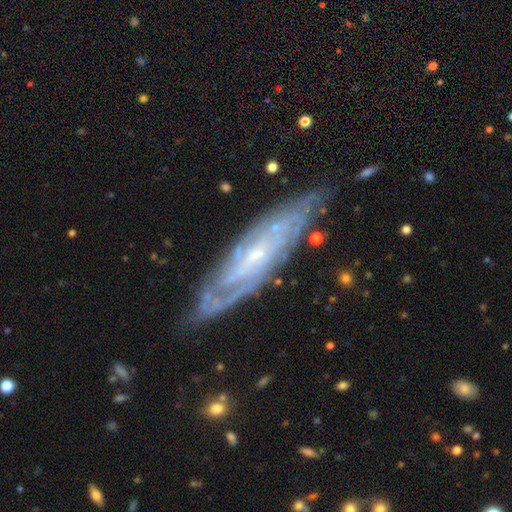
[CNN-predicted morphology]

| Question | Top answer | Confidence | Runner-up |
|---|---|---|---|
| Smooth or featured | featured or disk | 84% | smooth (10%) |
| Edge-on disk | no | 76% | yes (24%) |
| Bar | no | 54% | weak (35%) |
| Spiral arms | yes | 95% | no (5%) |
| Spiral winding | tight | 68% | medium (27%) |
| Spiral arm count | can't tell | 45% | 2 (22%) |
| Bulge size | small | 77% | moderate (17%) |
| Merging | none | 77% | minor disturbance (17%) |